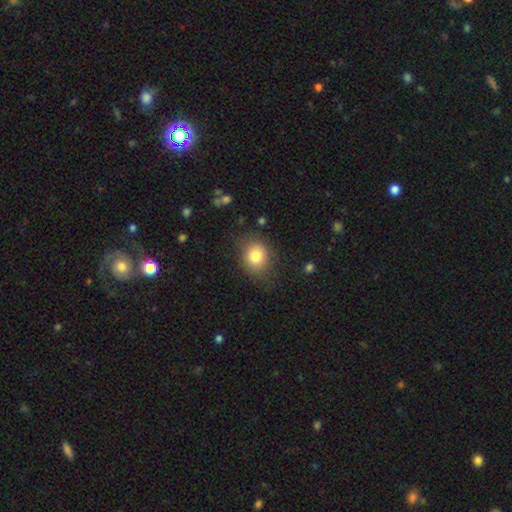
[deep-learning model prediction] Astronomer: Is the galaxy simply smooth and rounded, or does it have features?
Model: smooth — 80%.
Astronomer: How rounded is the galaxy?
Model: round — 60% (runner-up: in between, 39%).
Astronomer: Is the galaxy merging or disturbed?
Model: none — 76%.